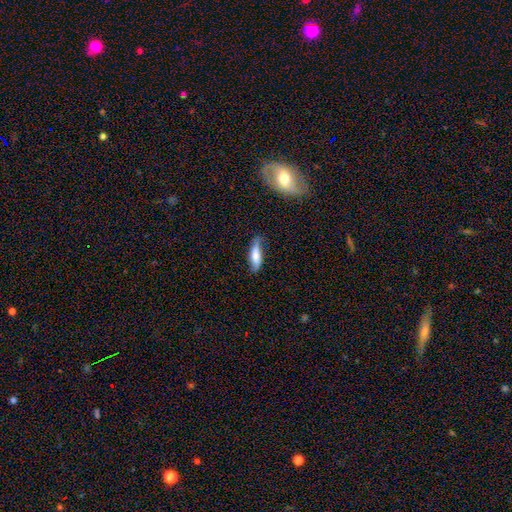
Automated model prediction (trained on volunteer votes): This is likely a smooth galaxy (66%). How rounded: possibly cigar-shaped (55%). Merging: likely none (61%).